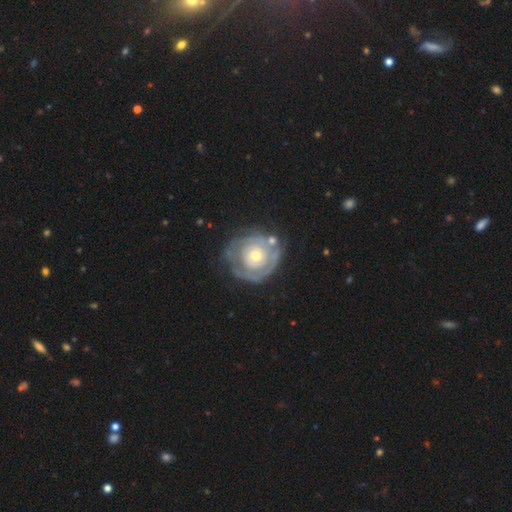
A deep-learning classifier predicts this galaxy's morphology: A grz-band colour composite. It shows a featured or disk galaxy (73%) with no bar (87%), spiral arms (62%) and a moderate central bulge (49%). Merging: none (64%).